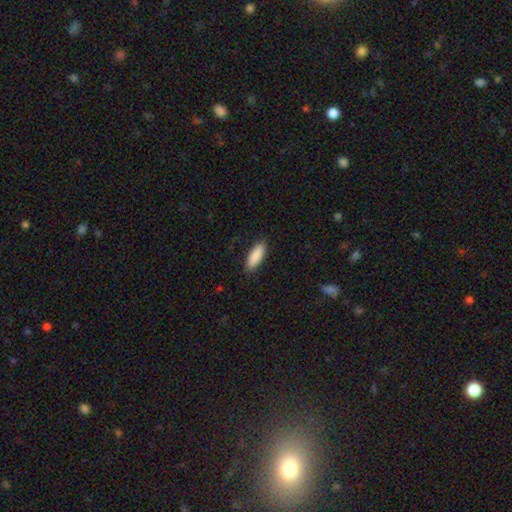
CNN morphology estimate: A smooth galaxy with no disk features (90%) that is in between round and cigar-shaped (68%). Merging: none (88%).